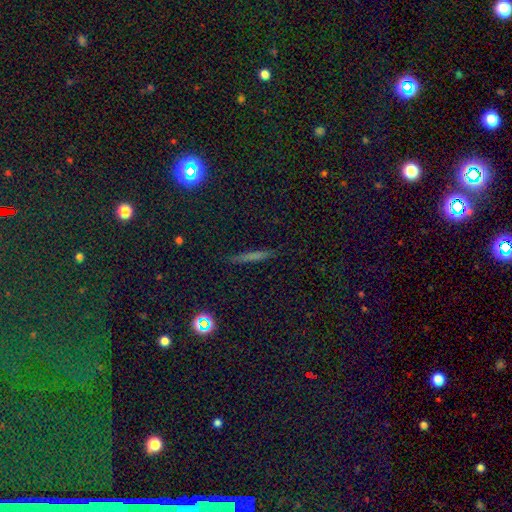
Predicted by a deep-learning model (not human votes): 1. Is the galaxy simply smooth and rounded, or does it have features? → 58% smooth, 26% featured or disk, 17% star or artifact.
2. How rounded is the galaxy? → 91% cigar-shaped, 5% in between, 4% round.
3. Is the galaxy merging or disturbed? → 89% none, 8% minor disturbance, 2% major disturbance, 1% merger.